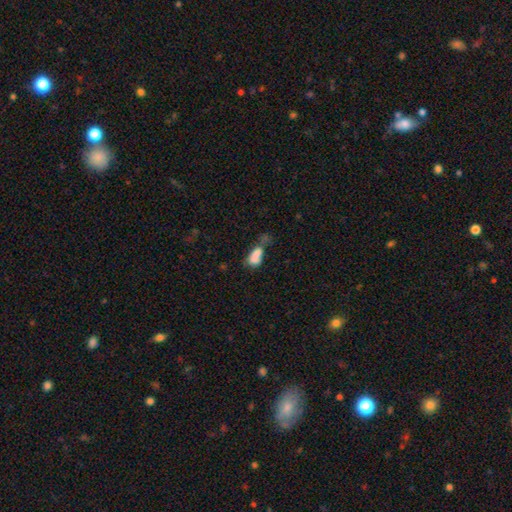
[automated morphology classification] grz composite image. It shows a smooth galaxy with no disk features (71%) that is in between round and cigar-shaped (82%). Merging: merger (38%).